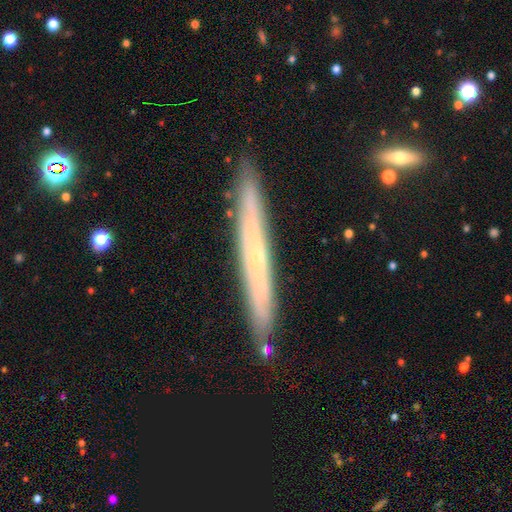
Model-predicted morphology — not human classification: This is likely a featured or disk galaxy (64%). It is clearly viewed edge-on (89%). Edge-on bulge: likely none (65%). Merging: clearly none (89%).